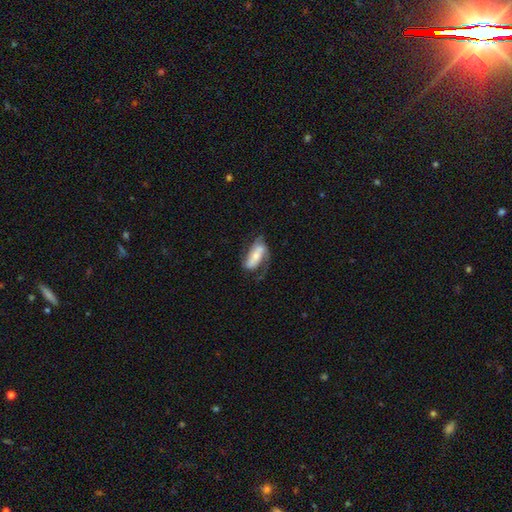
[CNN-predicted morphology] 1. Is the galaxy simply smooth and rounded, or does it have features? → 66% featured or disk, 28% smooth, 6% star or artifact.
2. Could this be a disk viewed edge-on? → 91% no, 9% yes.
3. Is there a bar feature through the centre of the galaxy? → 39% strong, 35% no, 26% weak.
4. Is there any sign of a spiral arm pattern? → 86% yes, 14% no.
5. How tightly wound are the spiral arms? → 40% medium, 36% loose, 24% tight.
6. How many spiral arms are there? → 71% 2, 14% 1, 10% can't tell, 3% 3, 1% 4, 1% more than 4.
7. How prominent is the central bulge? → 50% small, 38% moderate, 6% large, 4% none, 2% dominant.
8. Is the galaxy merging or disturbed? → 50% none, 24% minor disturbance, 23% major disturbance, 2% merger.